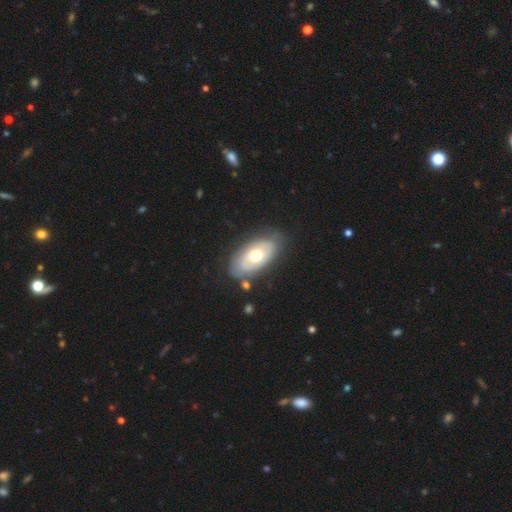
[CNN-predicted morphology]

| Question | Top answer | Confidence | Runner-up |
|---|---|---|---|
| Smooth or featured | featured or disk | 60% | smooth (35%) |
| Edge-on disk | no | 90% | yes (10%) |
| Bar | no | 82% | weak (14%) |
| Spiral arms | no | 53% | yes (47%) |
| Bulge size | moderate | 72% | large (18%) |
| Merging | none | 72% | minor disturbance (18%) |